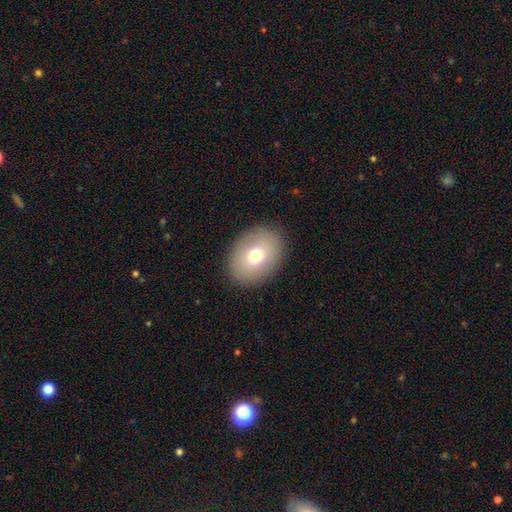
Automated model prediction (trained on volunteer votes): This appears to be a smooth galaxy with no disk features (72%) that is in between round and cigar-shaped (66%). Merging: none (89%).